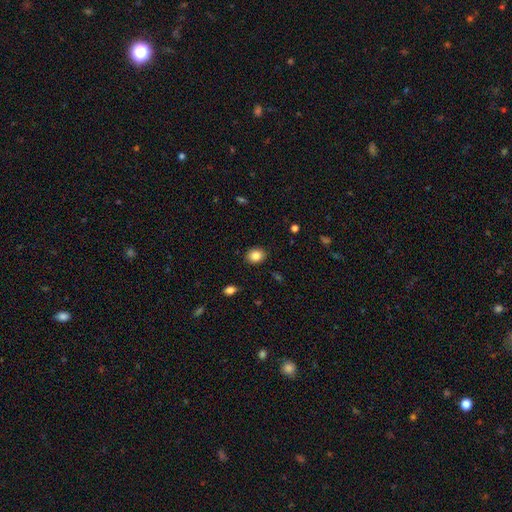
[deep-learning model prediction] Morphology: type=smooth (84%); roundness=round (53%); merging=none (89%).